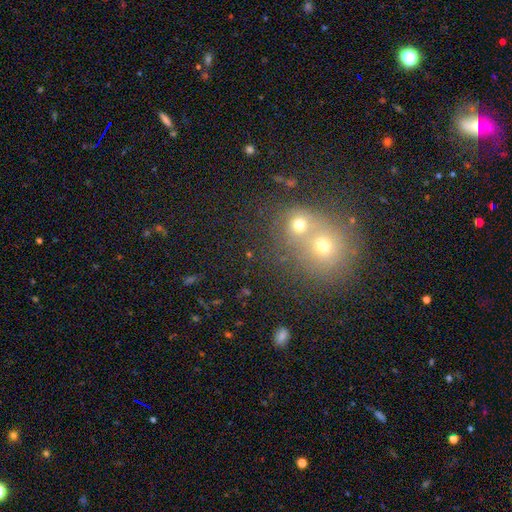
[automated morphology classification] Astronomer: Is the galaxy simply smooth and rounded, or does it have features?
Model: smooth — 51% (runner-up: star or artifact, 34%).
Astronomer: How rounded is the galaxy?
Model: round — 83%.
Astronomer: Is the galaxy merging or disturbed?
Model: merger — 47% (runner-up: none, 43%).